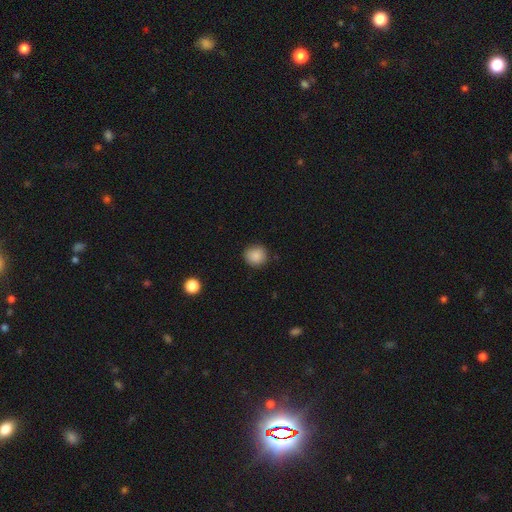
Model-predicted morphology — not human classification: Smooth or featured?
  - smooth: 88% *
  - star or artifact: 9%
  - featured or disk: 3%
How rounded?
  - round: 90% *
  - in between: 9%
  - cigar-shaped: 1%
Merging?
  - none: 89% *
  - minor disturbance: 8%
  - major disturbance: 2%
  - merger: 1%